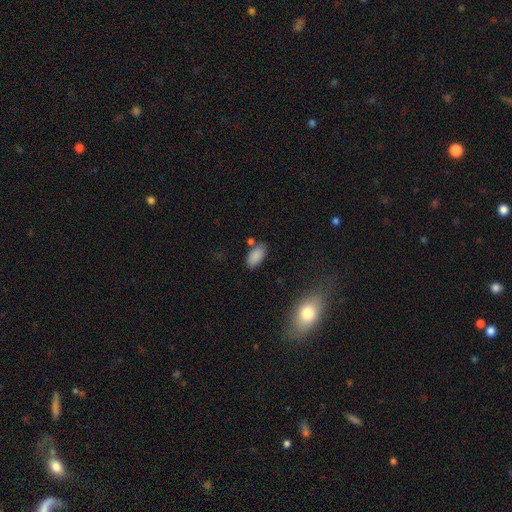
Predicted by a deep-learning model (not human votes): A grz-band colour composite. It shows a smooth galaxy with no disk features (86%) that is in between round and cigar-shaped (93%). Merging: none (75%).